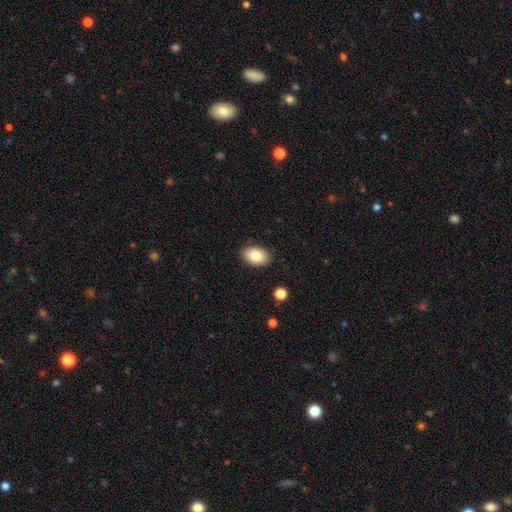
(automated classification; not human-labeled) smooth 82%, featured or disk 10%, star or artifact 8%. Down the decision tree: how rounded — in between (86%); merging — none (87%).